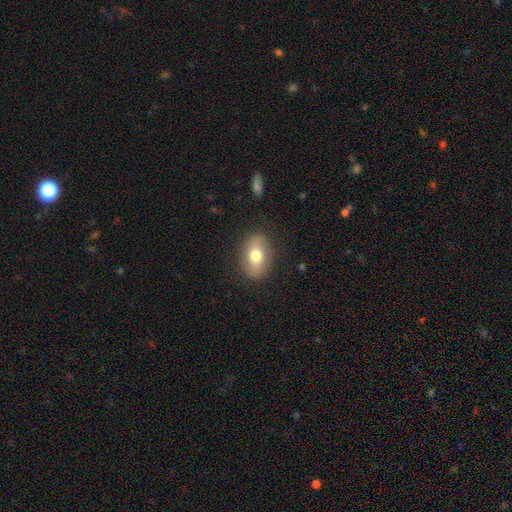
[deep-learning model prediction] The model was most divided on "smooth or featured": smooth: 69%, featured or disk: 24%, star or artifact: 7%. More confident: merging — none (84%); how rounded — in between (83%).